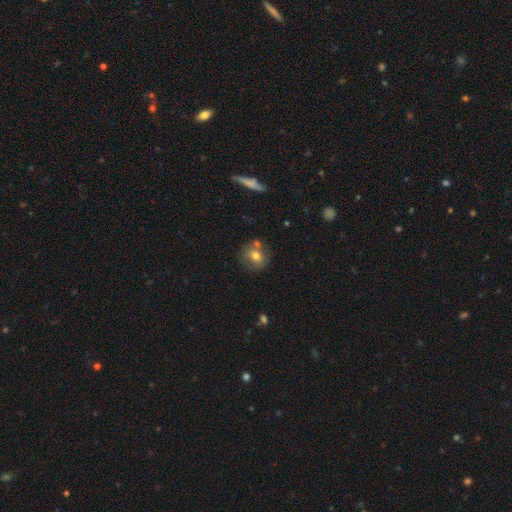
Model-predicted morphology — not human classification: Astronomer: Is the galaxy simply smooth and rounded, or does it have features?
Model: smooth — 65%.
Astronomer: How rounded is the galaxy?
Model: round — 80%.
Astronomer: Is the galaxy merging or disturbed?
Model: none — 67%.